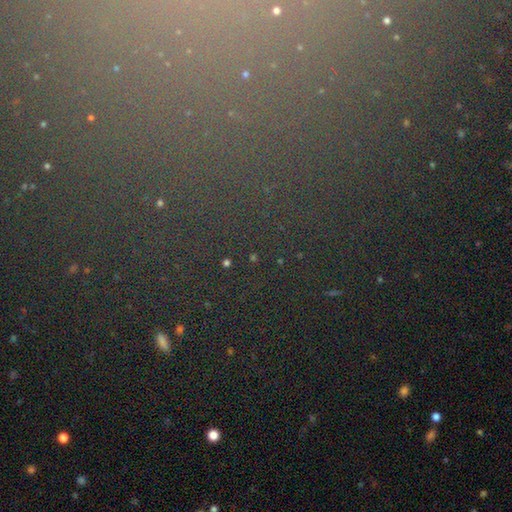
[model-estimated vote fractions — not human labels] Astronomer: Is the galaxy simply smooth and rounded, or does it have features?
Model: star or artifact — 78%.